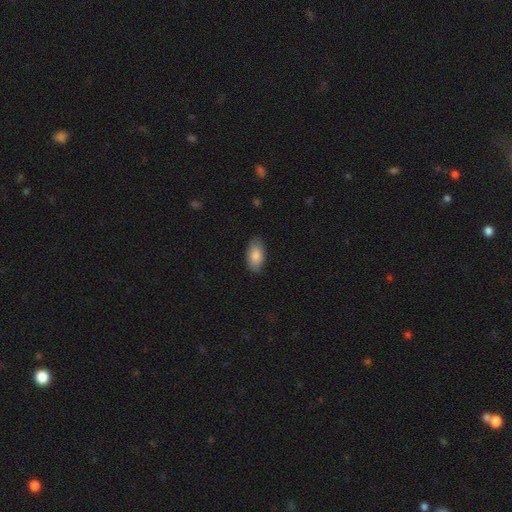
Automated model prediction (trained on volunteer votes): Morphology: type=smooth (86%); roundness=in between (94%); merging=none (84%).